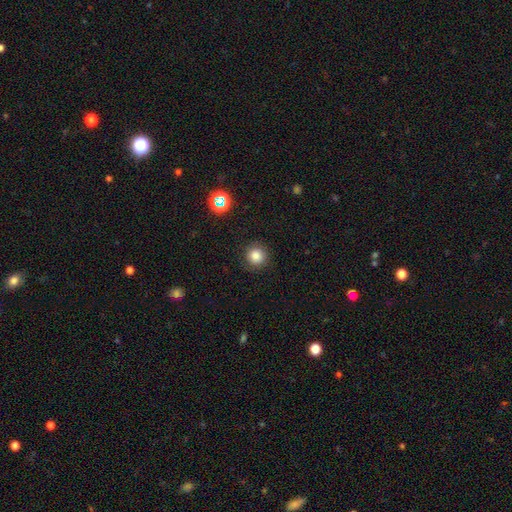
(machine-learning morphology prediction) The model was most divided on "smooth or featured": smooth: 83%, star or artifact: 12%, featured or disk: 5%. More confident: how rounded — round (94%); merging — none (89%).